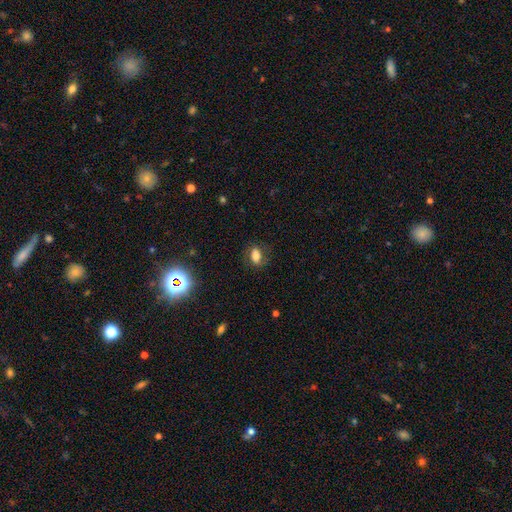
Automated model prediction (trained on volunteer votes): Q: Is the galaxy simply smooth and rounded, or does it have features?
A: smooth — 63%.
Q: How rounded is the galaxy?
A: in between — 81%.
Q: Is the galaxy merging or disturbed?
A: none — 72%.